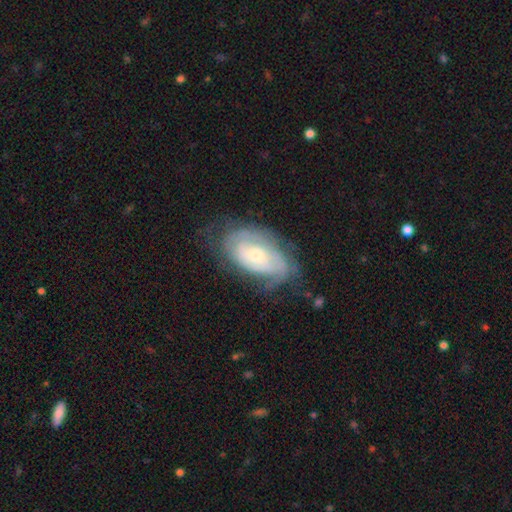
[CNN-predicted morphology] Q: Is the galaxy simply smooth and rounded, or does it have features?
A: featured or disk — 72%.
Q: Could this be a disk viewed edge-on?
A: no — 95%.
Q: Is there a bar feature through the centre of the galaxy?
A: no — 73%.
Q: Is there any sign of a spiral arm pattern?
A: yes — 83%.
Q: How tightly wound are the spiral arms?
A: tight — 62%.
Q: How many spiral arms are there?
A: can't tell — 48%.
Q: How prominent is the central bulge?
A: small — 52%.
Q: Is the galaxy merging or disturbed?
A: none — 58%.